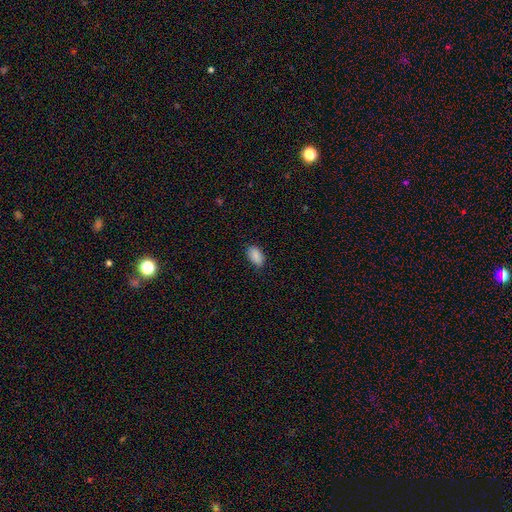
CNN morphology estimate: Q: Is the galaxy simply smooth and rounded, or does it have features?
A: smooth — 89%.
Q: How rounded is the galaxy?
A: in between — 93%.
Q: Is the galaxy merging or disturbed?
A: none — 83%.